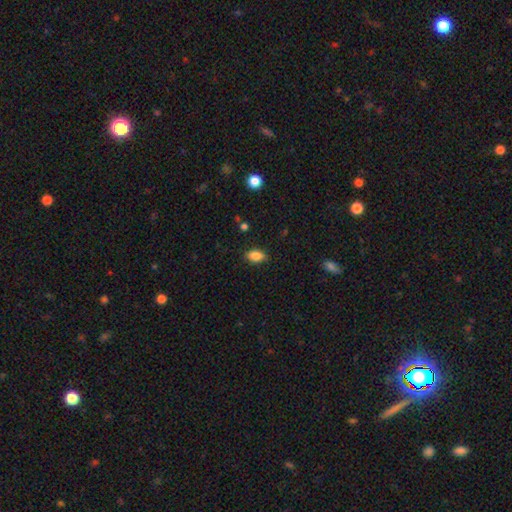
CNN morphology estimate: The model was most divided on "merging": none: 83%, minor disturbance: 13%, major disturbance: 3%, merger: 1%. More confident: how rounded — in between (88%); smooth or featured — smooth (85%).